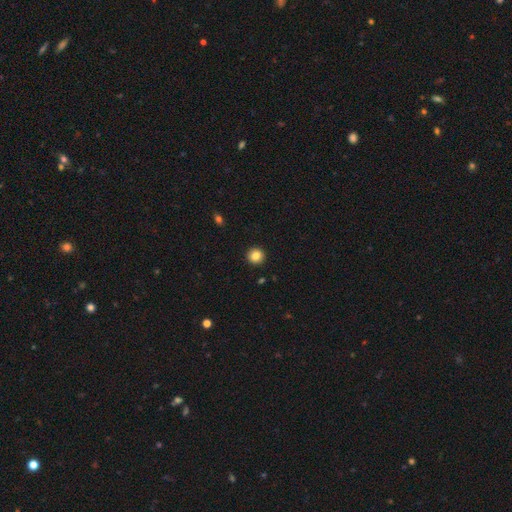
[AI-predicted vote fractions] Morphology: type=smooth (84%); roundness=round (92%); merging=none (93%).